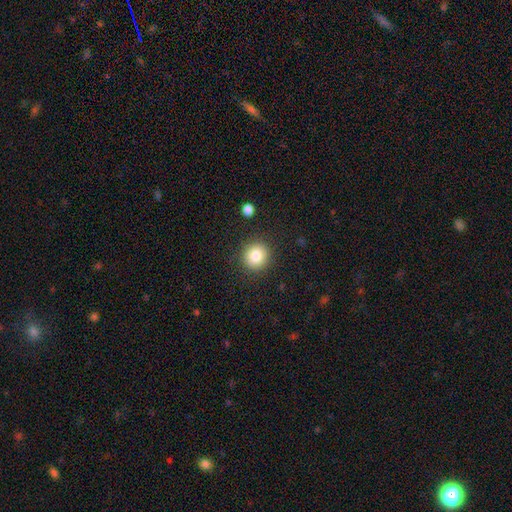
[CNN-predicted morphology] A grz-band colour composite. It shows a smooth galaxy with no disk features (83%) that is round (89%). Merging: none (89%).